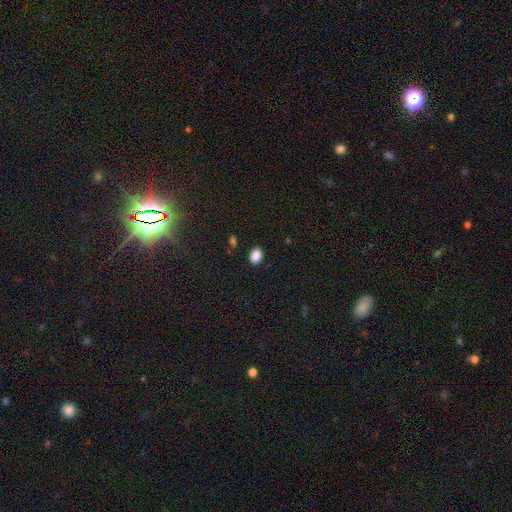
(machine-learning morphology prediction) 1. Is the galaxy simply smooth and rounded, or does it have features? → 87% smooth, 10% star or artifact, 3% featured or disk.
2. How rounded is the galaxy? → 76% in between, 23% round, 1% cigar-shaped.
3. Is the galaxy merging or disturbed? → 87% none, 9% minor disturbance, 2% major disturbance, 2% merger.